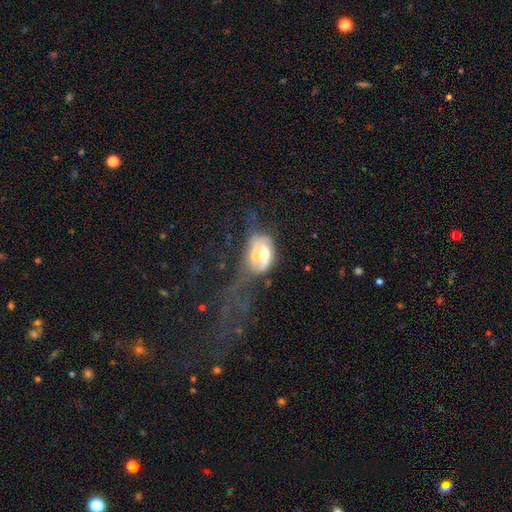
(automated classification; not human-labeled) Overall: featured or disk (61%; smooth 29%). Edge-on disk: no (95%). Bar: no (72%). Spiral arms: no (60%; yes 40%). Bulge size: moderate (60%). Merging: merger (49%; major disturbance 27%).